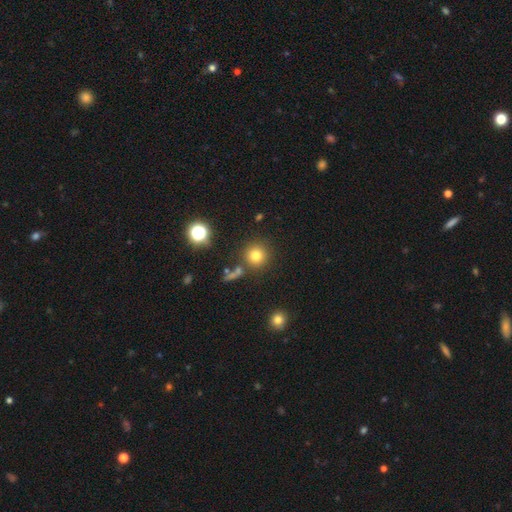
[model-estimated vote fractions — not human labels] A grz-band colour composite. It shows a smooth galaxy with no disk features (75%) that is round (93%). Merging: none (81%).